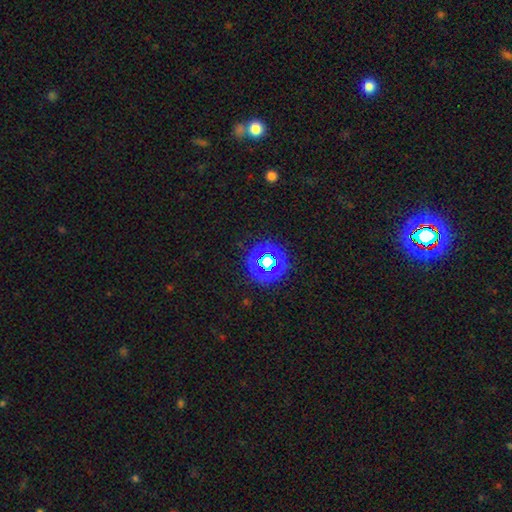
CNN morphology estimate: Smooth or featured?
  - star or artifact: 56% *
  - smooth: 37%
  - featured or disk: 7%